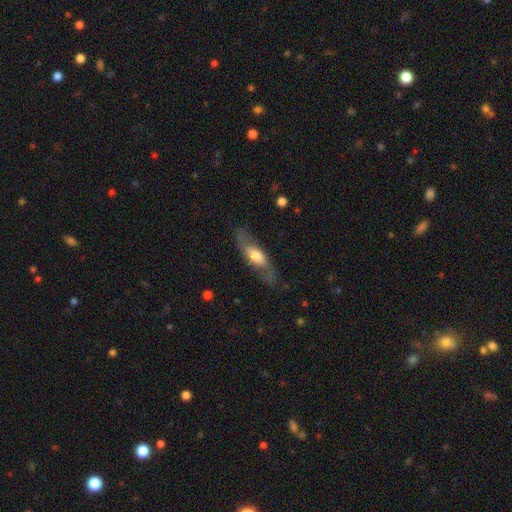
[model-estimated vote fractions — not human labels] featured or disk 53%, smooth 41%, star or artifact 6%. Down the decision tree: edge-on disk — no (63%); merging — none (71%).